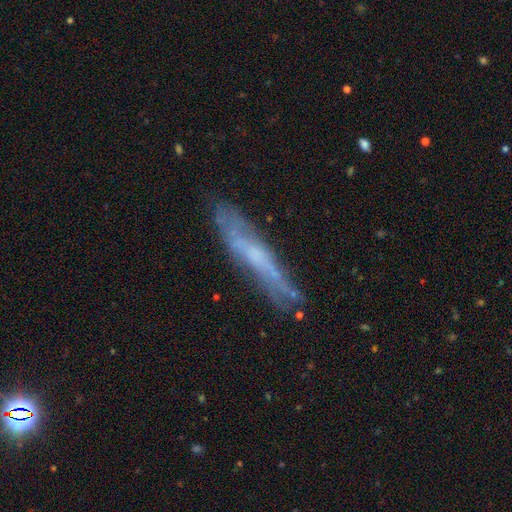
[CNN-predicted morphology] Q: Smooth or featured?
A: featured or disk (58%); runner-up: smooth (33%)
Q: Edge-on disk?
A: yes (71%); runner-up: no (29%)
Q: Merging?
A: none (71%); runner-up: minor disturbance (20%)